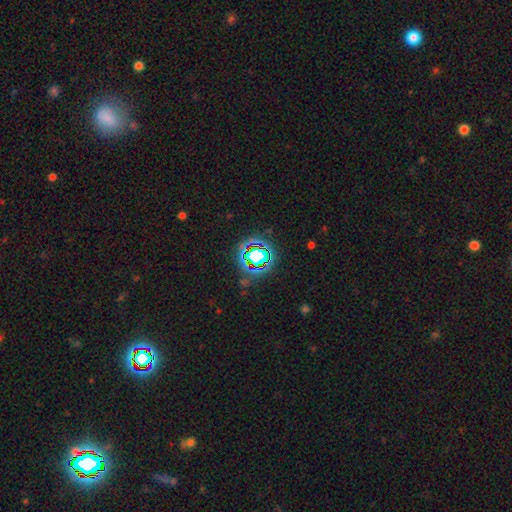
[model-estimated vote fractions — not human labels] Morphology: type=star or artifact (65%).